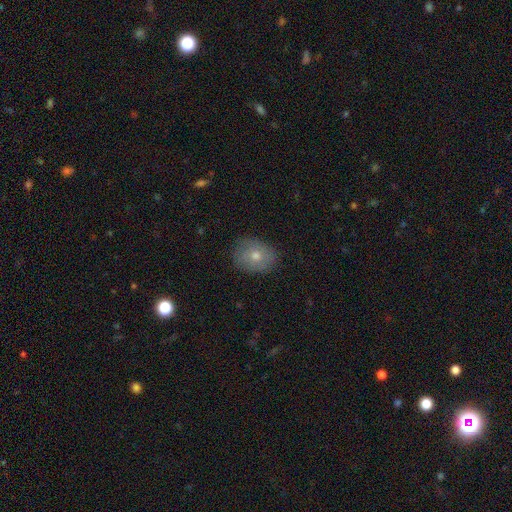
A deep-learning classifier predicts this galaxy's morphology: Smooth or featured?
  - smooth: 65% *
  - featured or disk: 23%
  - star or artifact: 12%
How rounded?
  - in between: 54% *
  - round: 45%
  - cigar-shaped: 1%
Merging?
  - none: 84% *
  - minor disturbance: 12%
  - major disturbance: 3%
  - merger: 1%